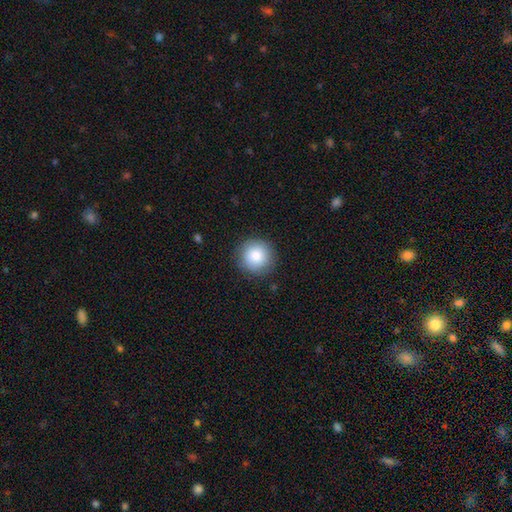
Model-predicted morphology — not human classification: Smooth or featured? Predicted: smooth (p=0.83). How rounded? Predicted: round (p=0.94). Merging? Predicted: none (p=0.88).